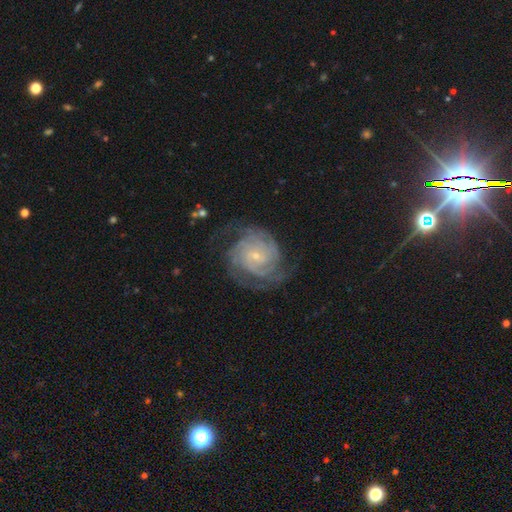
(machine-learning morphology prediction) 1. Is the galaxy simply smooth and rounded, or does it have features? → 88% featured or disk, 6% smooth, 5% star or artifact.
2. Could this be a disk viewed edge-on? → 98% no, 2% yes.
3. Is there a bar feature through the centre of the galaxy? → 63% no, 30% weak, 7% strong.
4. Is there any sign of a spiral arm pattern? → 97% yes, 3% no.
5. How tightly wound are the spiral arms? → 70% tight, 25% medium, 5% loose.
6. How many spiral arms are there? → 23% 2 (tied), 23% 3 (tied), 23% can't tell (tied), 17% 4, 7% more than 4, 7% 1.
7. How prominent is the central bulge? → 82% small, 13% moderate, 2% none, 1% large, 1% dominant.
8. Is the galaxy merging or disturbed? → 71% none, 17% minor disturbance, 10% major disturbance, 1% merger.